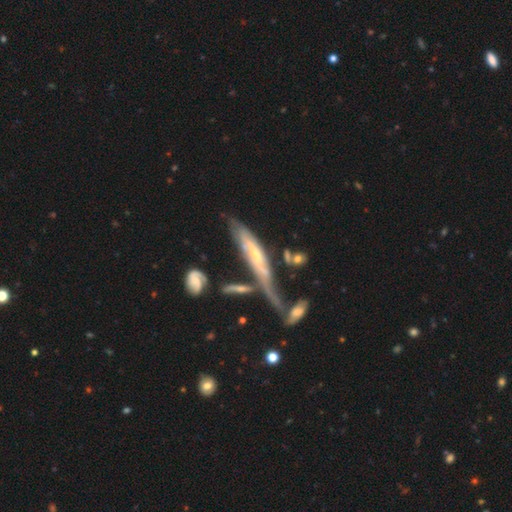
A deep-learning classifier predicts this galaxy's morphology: smooth_or_featured: featured or disk (p=0.71) [alt: smooth p=0.22]
disk_edge_on: yes (p=0.55) [alt: no p=0.45]
merging: none (p=0.31) [alt: merger p=0.28]